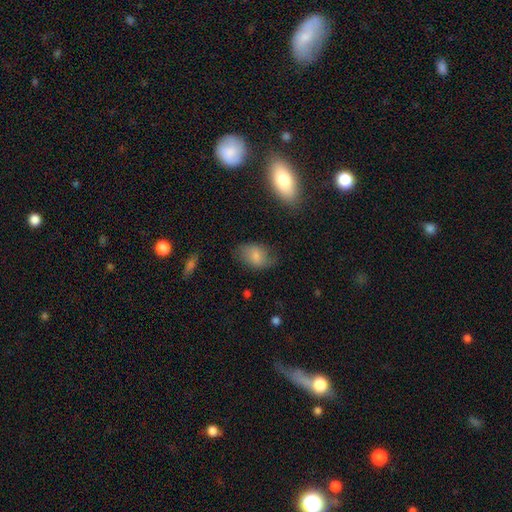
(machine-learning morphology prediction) smooth_or_featured: smooth (p=0.77) [alt: featured or disk p=0.15]
how_rounded: in between (p=0.84) [alt: round p=0.15]
merging: none (p=0.67) [alt: minor disturbance p=0.24]